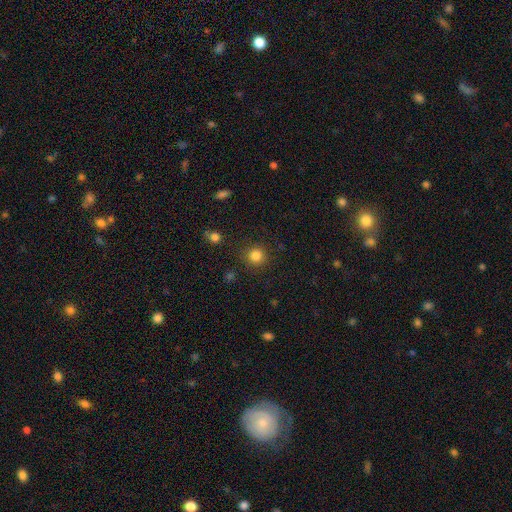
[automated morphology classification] The model was most divided on "smooth or featured": smooth: 83%, star or artifact: 13%, featured or disk: 4%. More confident: how rounded — round (93%); merging — none (87%).